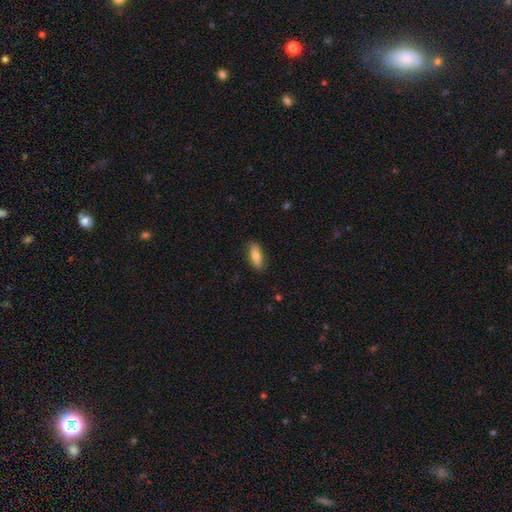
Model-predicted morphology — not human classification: This is likely a smooth galaxy (76%). How rounded: likely in between (68%). Merging: clearly none (84%).